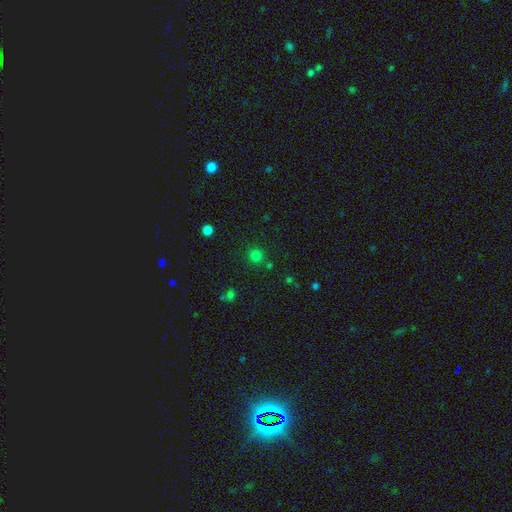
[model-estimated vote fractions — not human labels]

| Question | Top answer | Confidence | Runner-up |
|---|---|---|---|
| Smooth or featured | smooth | 78% | star or artifact (18%) |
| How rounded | round | 93% | in between (6%) |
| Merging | none | 83% | minor disturbance (8%) |